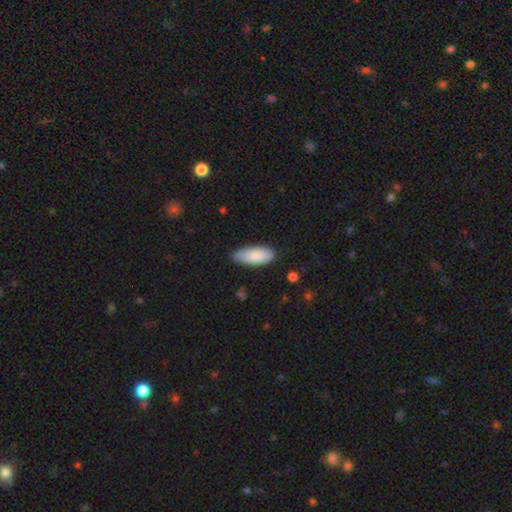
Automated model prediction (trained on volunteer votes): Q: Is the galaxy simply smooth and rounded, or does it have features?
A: smooth — 87%.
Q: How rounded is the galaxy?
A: in between — 81%.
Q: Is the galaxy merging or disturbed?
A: none — 84%.